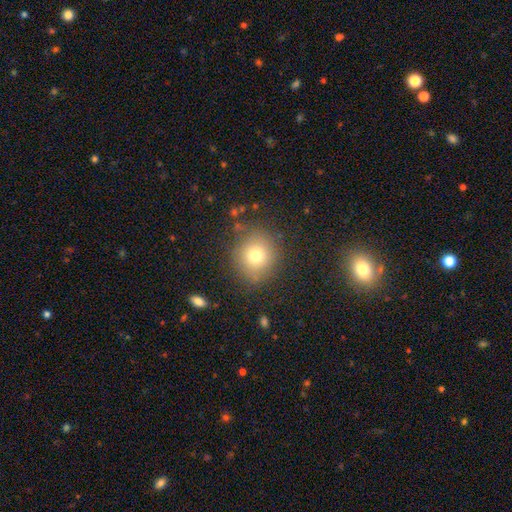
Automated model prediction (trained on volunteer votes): smooth-or-featured: smooth: 75% | star or artifact: 14% | featured or disk: 12%
  how-rounded: round: 84% | in between: 15% | cigar-shaped: 1%
  merging: none: 83% | minor disturbance: 11% | major disturbance: 4% | merger: 2%